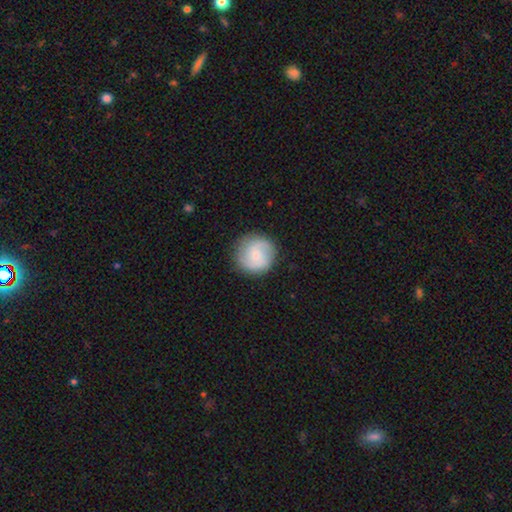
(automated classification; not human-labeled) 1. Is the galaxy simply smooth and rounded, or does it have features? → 55% featured or disk, 38% smooth, 7% star or artifact.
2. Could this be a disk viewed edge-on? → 98% no, 2% yes.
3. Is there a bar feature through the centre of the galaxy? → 65% no, 30% weak, 5% strong.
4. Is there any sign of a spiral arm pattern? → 89% yes, 11% no.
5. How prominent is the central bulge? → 73% small, 21% moderate, 3% none, 2% large, 1% dominant.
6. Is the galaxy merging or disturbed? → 86% none, 10% minor disturbance, 3% major disturbance, 1% merger.